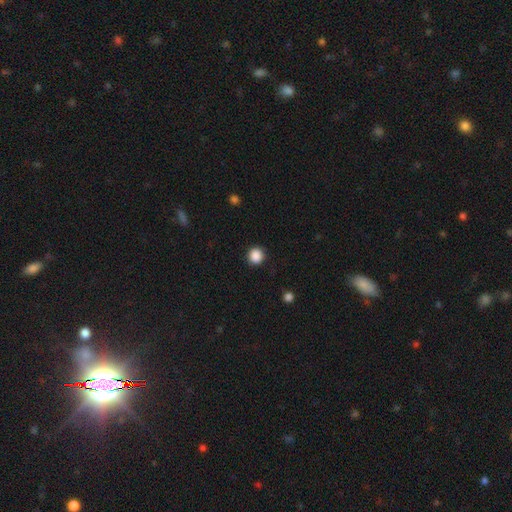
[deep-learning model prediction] A smooth galaxy with no disk features (88%) that is round (92%).

Vote fractions:
- Smooth or featured? smooth: 88% / star or artifact: 10% / featured or disk: 3%
- How rounded? round: 92% / in between: 7% / cigar-shaped: 1%
- Merging? none: 90% / minor disturbance: 7% / major disturbance: 2% / merger: 1%